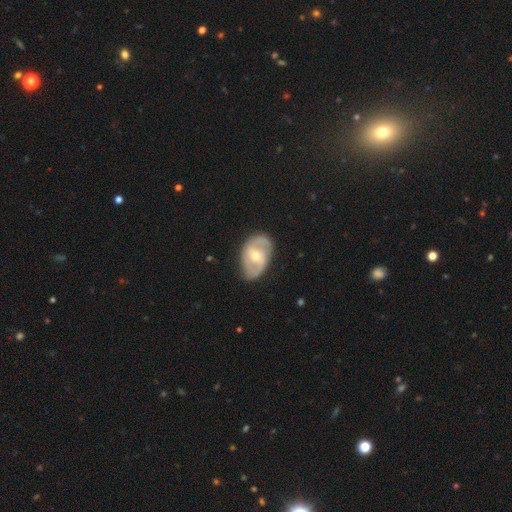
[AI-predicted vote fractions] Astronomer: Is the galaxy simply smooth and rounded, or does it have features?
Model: featured or disk — 76%.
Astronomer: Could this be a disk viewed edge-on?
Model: no — 96%.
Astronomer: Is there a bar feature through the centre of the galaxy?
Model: no — 46% (runner-up: weak, 41%).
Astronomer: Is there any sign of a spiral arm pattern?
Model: yes — 85%.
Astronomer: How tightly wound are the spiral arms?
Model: medium — 47% (runner-up: tight, 34%).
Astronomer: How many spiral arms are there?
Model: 2 — 83%.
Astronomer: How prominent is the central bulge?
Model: moderate — 63%.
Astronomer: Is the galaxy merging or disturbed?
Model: none — 78%.